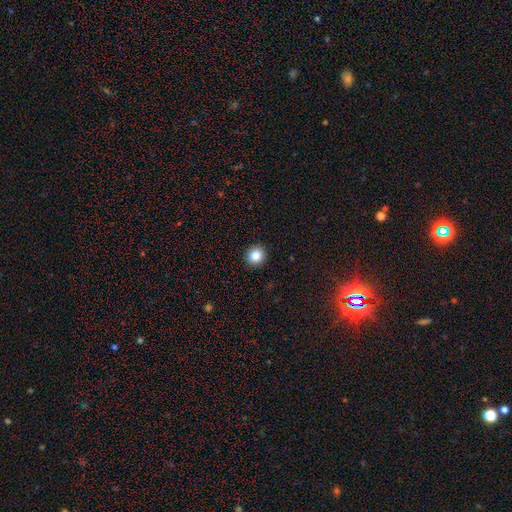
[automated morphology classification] A smooth galaxy with no disk features (86%) that is round (91%). Merging: none (92%).